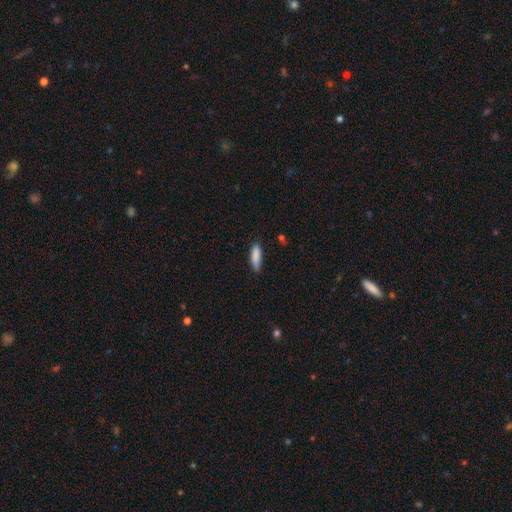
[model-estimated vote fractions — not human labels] smooth 87%, featured or disk 7%, star or artifact 6%. Down the decision tree: how rounded — cigar-shaped (50%); merging — none (77%).